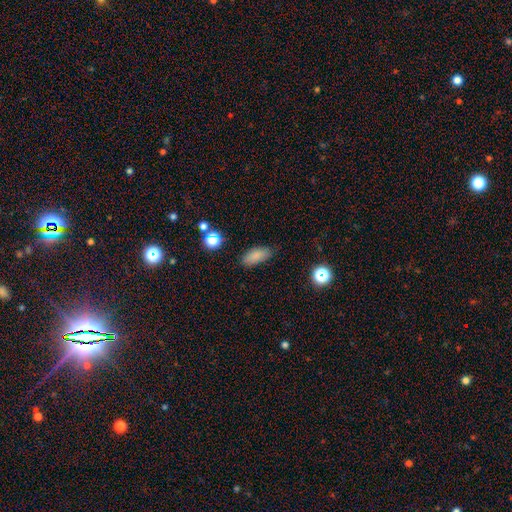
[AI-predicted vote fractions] Morphology: type=smooth (83%); roundness=in between (82%); merging=none (81%).